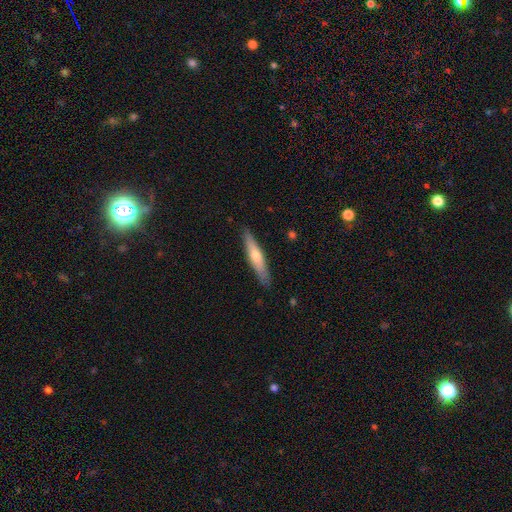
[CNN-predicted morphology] smooth 54%, featured or disk 41%, star or artifact 5%. Down the decision tree: how rounded — cigar-shaped (87%); merging — none (89%).